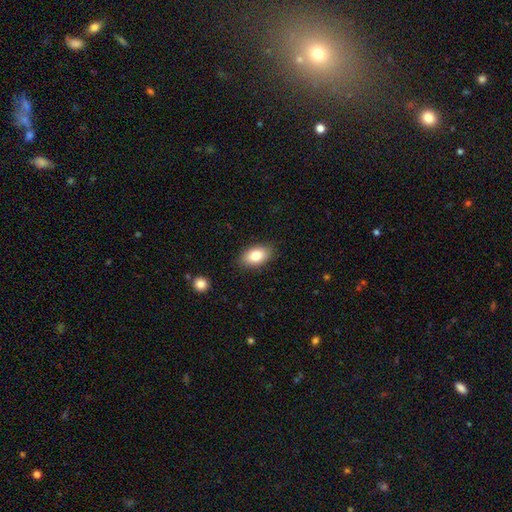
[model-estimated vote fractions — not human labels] smooth_or_featured: smooth (p=0.82) [alt: featured or disk p=0.11]
how_rounded: in between (p=0.90) [alt: round p=0.08]
merging: none (p=0.86) [alt: minor disturbance p=0.10]